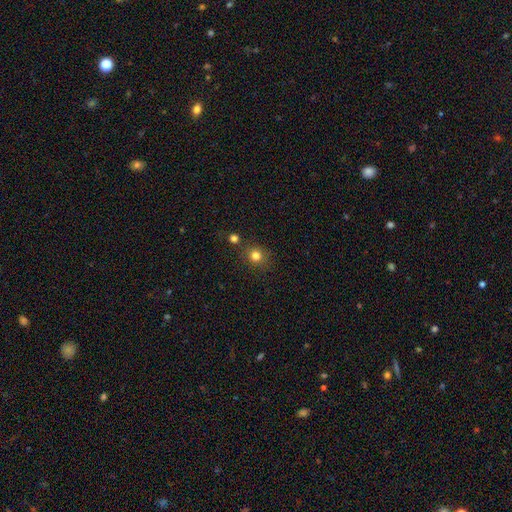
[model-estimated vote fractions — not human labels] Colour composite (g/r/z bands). It shows a smooth galaxy with no disk features (80%) that is round (86%). Merging: none (78%).